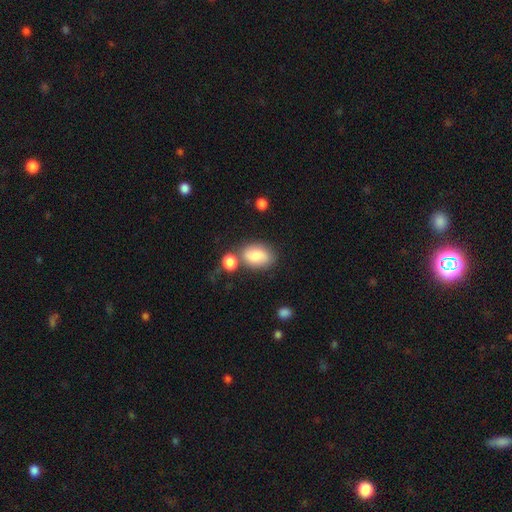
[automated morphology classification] smooth 76%, featured or disk 16%, star or artifact 8%. Down the decision tree: how rounded — in between (83%); merging — none (57%).